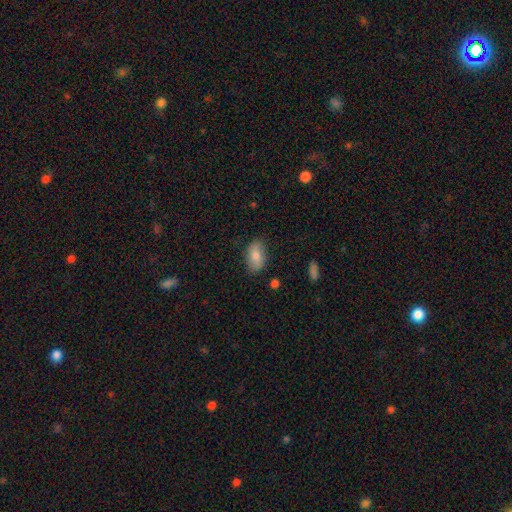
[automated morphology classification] Q: Smooth or featured?
A: smooth (81%); runner-up: featured or disk (12%)
Q: How rounded?
A: in between (92%); runner-up: round (6%)
Q: Merging?
A: none (83%); runner-up: minor disturbance (13%)